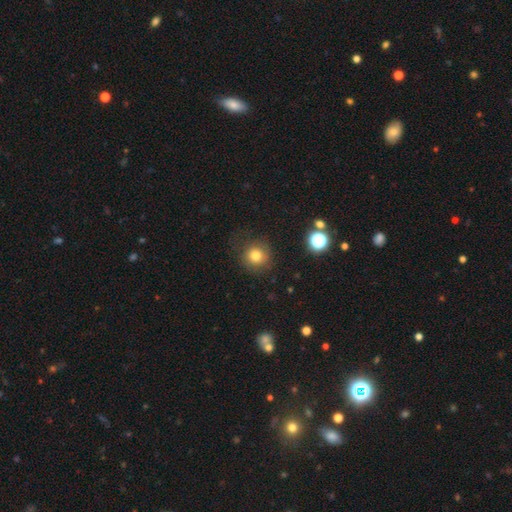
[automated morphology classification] This appears to be a smooth galaxy with no disk features (78%) that is round (90%). Merging: none (78%).